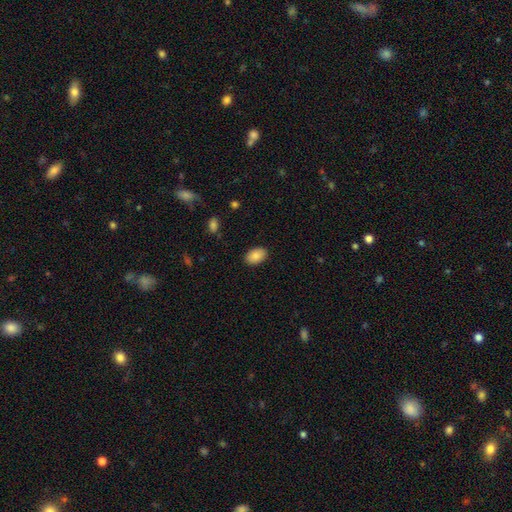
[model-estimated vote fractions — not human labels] smooth-or-featured: smooth: 87% | star or artifact: 7% | featured or disk: 5%
  how-rounded: in between: 89% | round: 10% | cigar-shaped: 1%
  merging: none: 88% | minor disturbance: 9% | major disturbance: 2% | merger: 1%